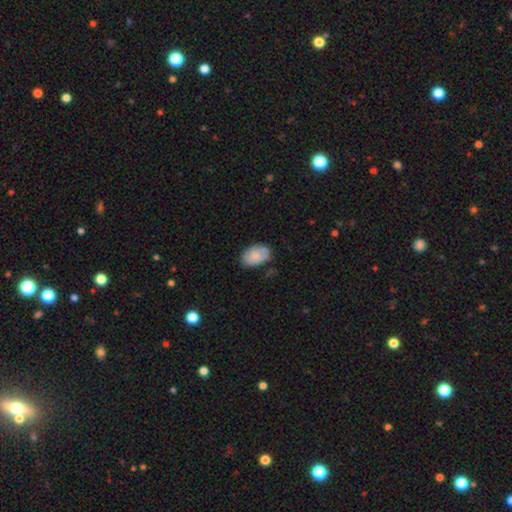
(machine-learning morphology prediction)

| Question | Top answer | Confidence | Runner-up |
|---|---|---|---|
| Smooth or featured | smooth | 71% | featured or disk (21%) |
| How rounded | in between | 89% | round (9%) |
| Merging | none | 67% | minor disturbance (25%) |